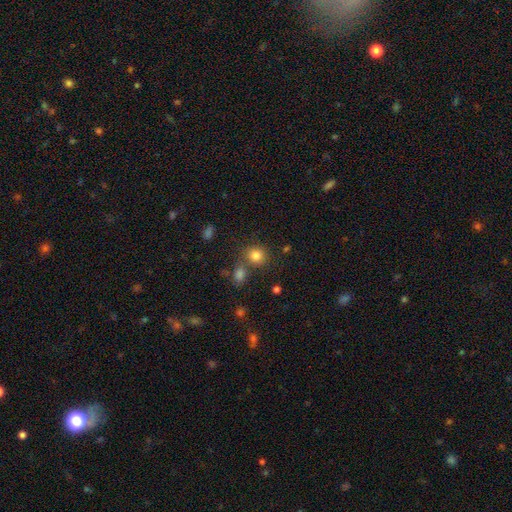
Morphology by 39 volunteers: smooth 87%, featured or disk 8%, star or artifact 5%. Down the decision tree: how rounded — round (65%); merging — none (78%).